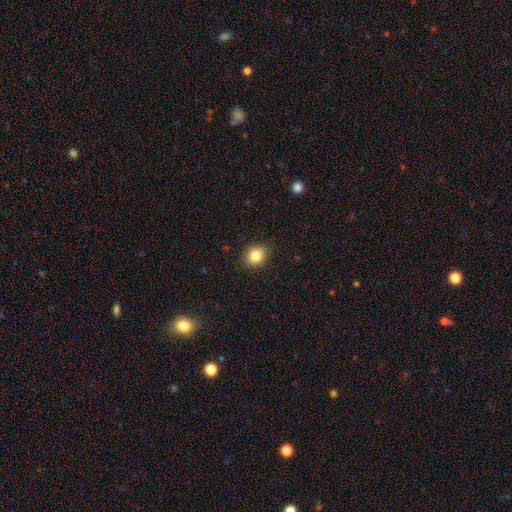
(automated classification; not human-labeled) Smooth or featured: smooth — 84% (star or artifact — 10%)
How rounded: round — 61% (in between — 38%)
Merging: none — 89% (minor disturbance — 8%)